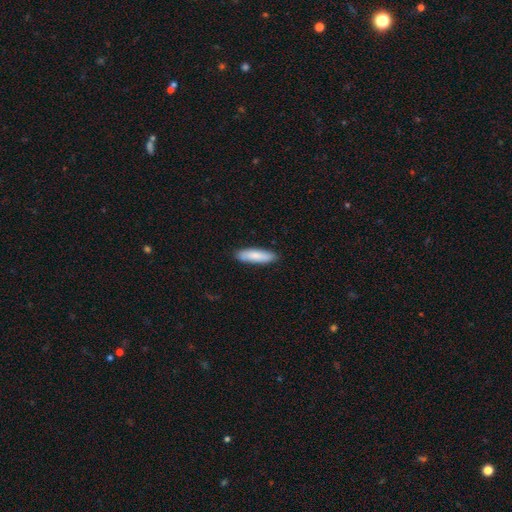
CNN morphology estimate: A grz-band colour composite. It shows a smooth galaxy with no disk features (84%) that is cigar-shaped (61%). Merging: none (89%).